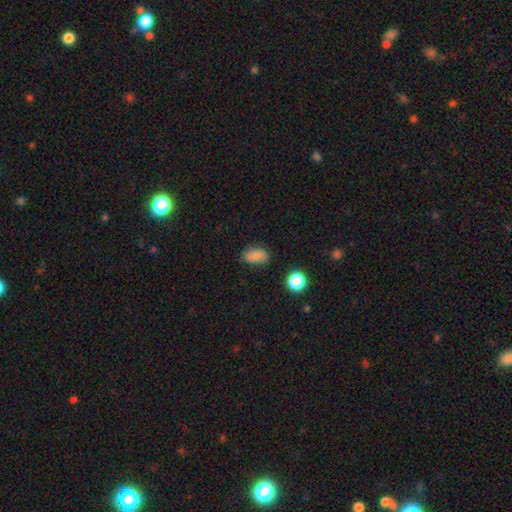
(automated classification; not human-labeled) smooth_or_featured: smooth (p=0.81) [alt: star or artifact p=0.11]
how_rounded: in between (p=0.86) [alt: round p=0.11]
merging: none (p=0.76) [alt: minor disturbance p=0.18]